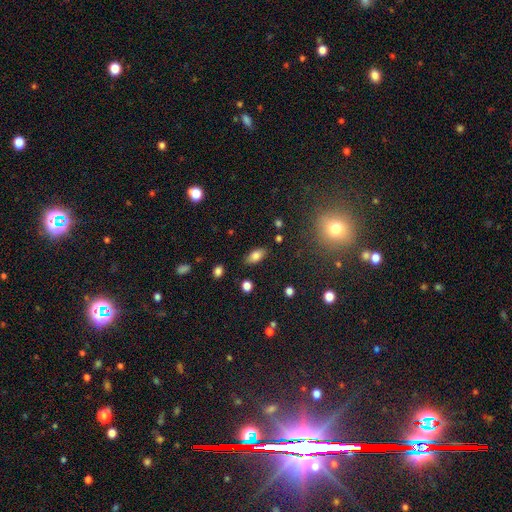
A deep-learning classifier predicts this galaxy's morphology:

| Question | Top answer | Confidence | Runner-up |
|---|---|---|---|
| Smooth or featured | smooth | 81% | featured or disk (10%) |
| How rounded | in between | 90% | cigar-shaped (5%) |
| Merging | none | 85% | minor disturbance (11%) |